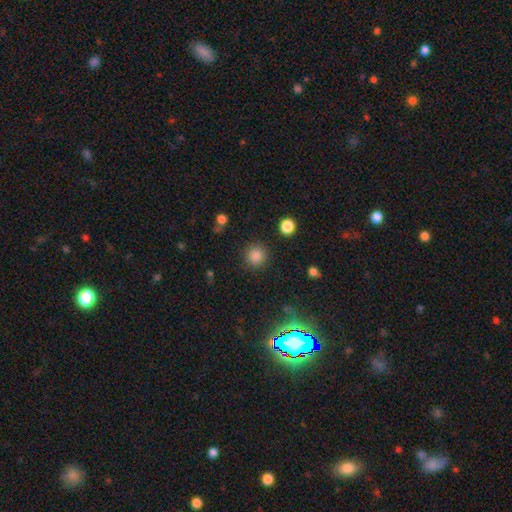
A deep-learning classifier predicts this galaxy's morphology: Smooth or featured? Predicted: smooth (p=0.83). How rounded? Predicted: round (p=0.93). Merging? Predicted: none (p=0.88).